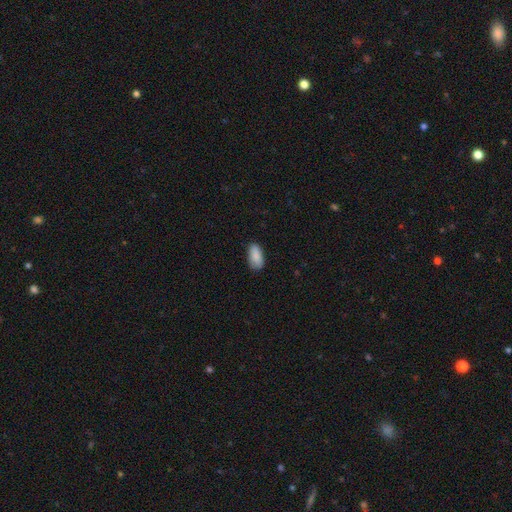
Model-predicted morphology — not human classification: Smooth or featured? Predicted: smooth (p=0.89). How rounded? Predicted: in between (p=0.92). Merging? Predicted: none (p=0.82).